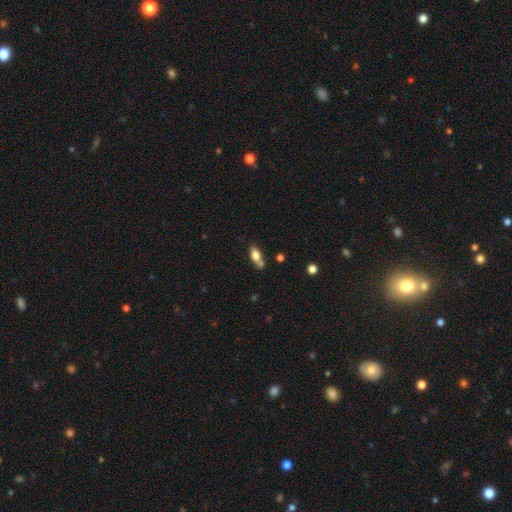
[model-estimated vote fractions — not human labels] Smooth or featured?
  - smooth: 74% *
  - featured or disk: 17%
  - star or artifact: 9%
How rounded?
  - in between: 81% *
  - cigar-shaped: 13%
  - round: 6%
Merging?
  - none: 49% *
  - merger: 24%
  - minor disturbance: 20%
  - major disturbance: 7%